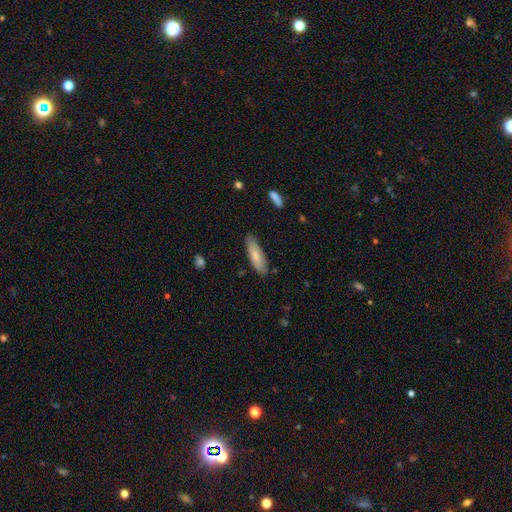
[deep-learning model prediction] Smooth or featured? Predicted: smooth (p=0.74). How rounded? Predicted: cigar-shaped (p=0.52). Merging? Predicted: none (p=0.84).